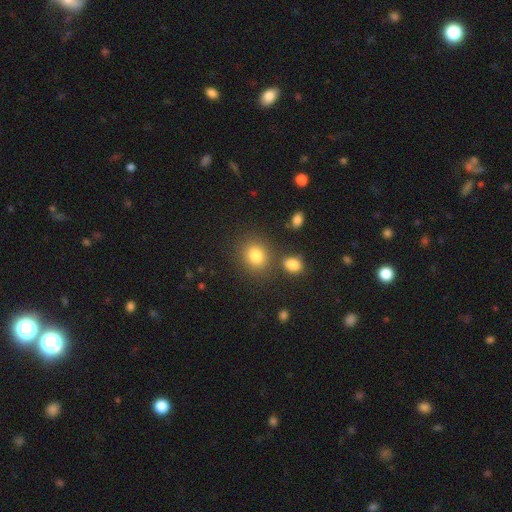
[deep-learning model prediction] Morphology: type=smooth (82%); roundness=round (64%); merging=none (74%).